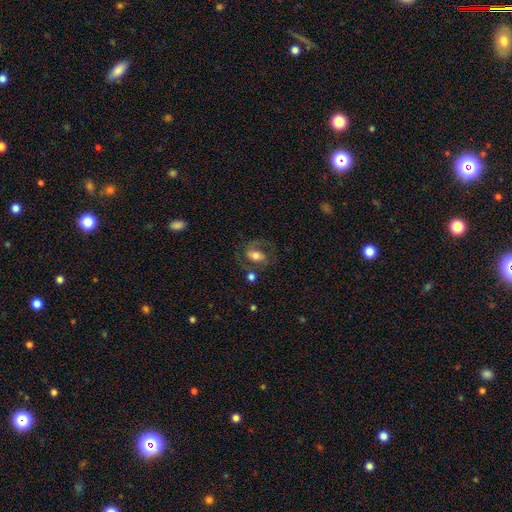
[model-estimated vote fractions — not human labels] Smooth or featured: featured or disk — 47% (smooth — 44%)
Merging: none — 54% (minor disturbance — 20%)